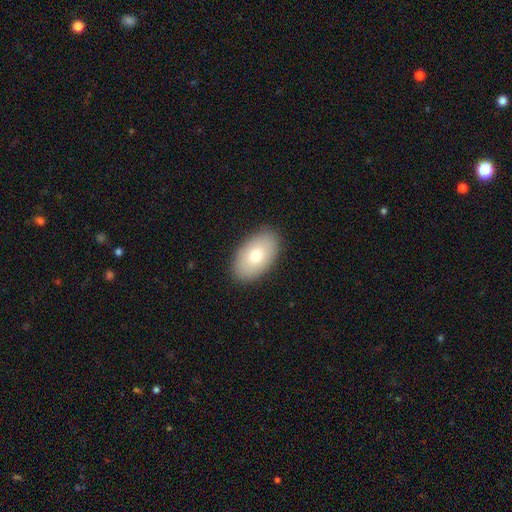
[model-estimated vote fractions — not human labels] A smooth galaxy with no disk features (75%) that is in between round and cigar-shaped (94%).

Vote fractions:
- Smooth or featured? smooth: 75% / featured or disk: 18% / star or artifact: 7%
- How rounded? in between: 94% / round: 5% / cigar-shaped: 1%
- Merging? none: 88% / minor disturbance: 9% / major disturbance: 2% / merger: 1%